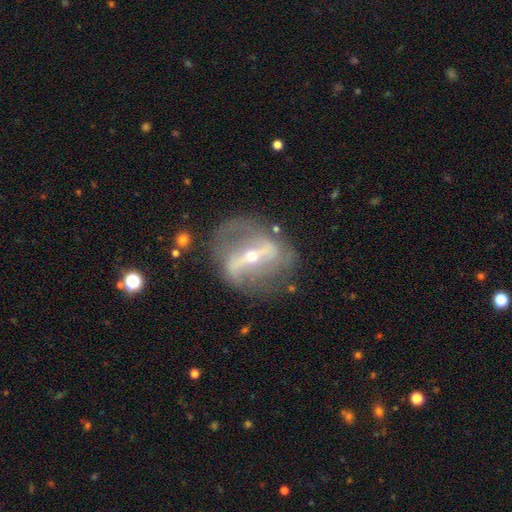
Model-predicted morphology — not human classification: The model was most divided on "spiral winding": loose: 40%, medium: 38%, tight: 22%. More confident: edge-on disk — no (91%); smooth or featured — featured or disk (85%); spiral arms — yes (78%); spiral arm count — 2 (76%); bar — strong (70%); merging — none (69%); bulge size — small (60%).